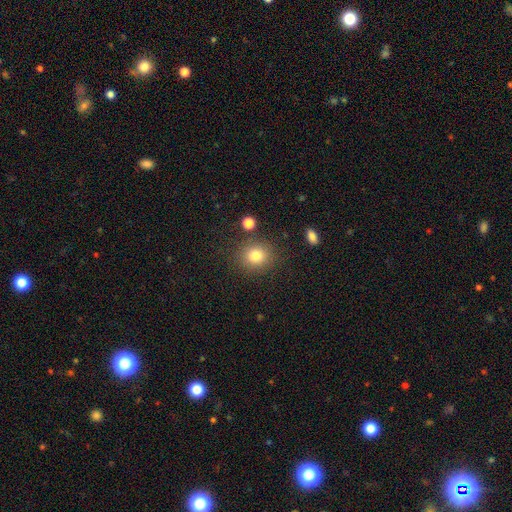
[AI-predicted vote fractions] Smooth or featured? smooth (81%)
How rounded? round (78%)
Merging? none (83%)